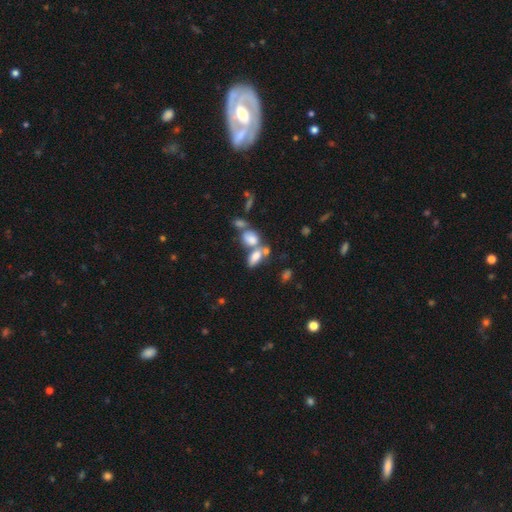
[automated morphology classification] This is likely a smooth galaxy (75%). How rounded: clearly in between (85%). Merging: possibly merger (51%).